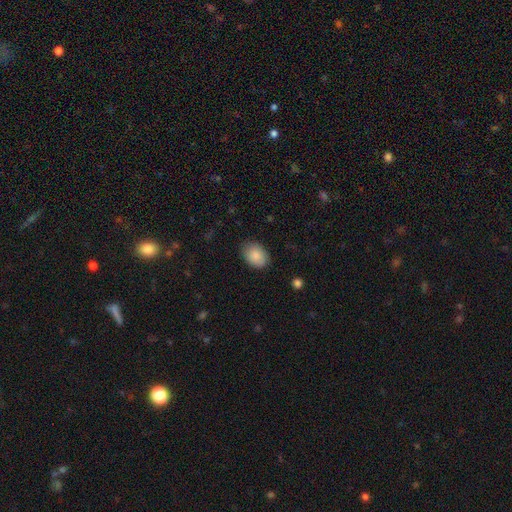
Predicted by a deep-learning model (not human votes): Smooth or featured: smooth — 88% (star or artifact — 7%)
How rounded: in between — 76% (round — 23%)
Merging: none — 84% (minor disturbance — 13%)